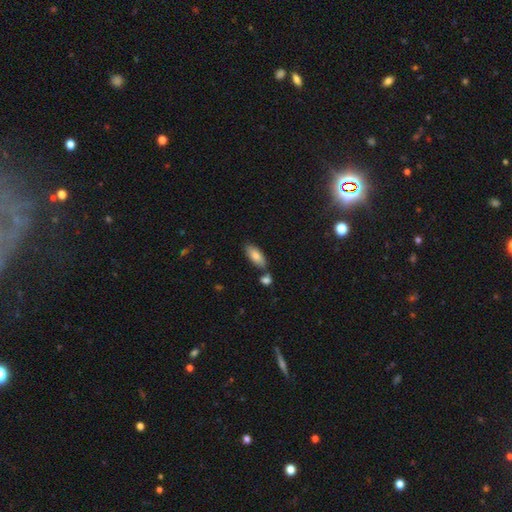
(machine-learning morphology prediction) Smooth or featured?
  - smooth: 80% *
  - featured or disk: 13%
  - star or artifact: 7%
How rounded?
  - in between: 83% *
  - cigar-shaped: 15%
  - round: 2%
Merging?
  - none: 68% *
  - merger: 16%
  - minor disturbance: 13%
  - major disturbance: 3%